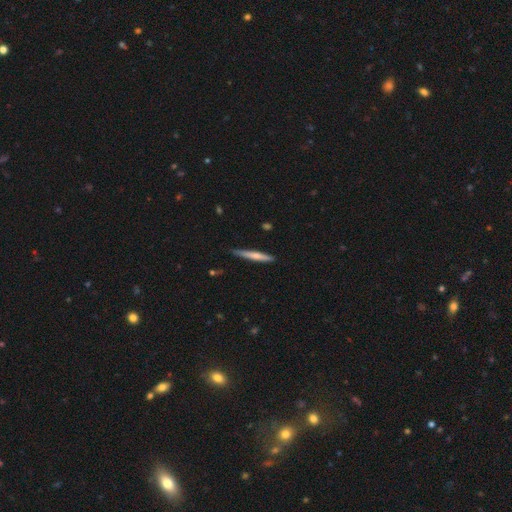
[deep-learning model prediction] The model was most divided on "smooth or featured": smooth: 59%, featured or disk: 36%, star or artifact: 5%. More confident: how rounded — cigar-shaped (95%); merging — none (84%).